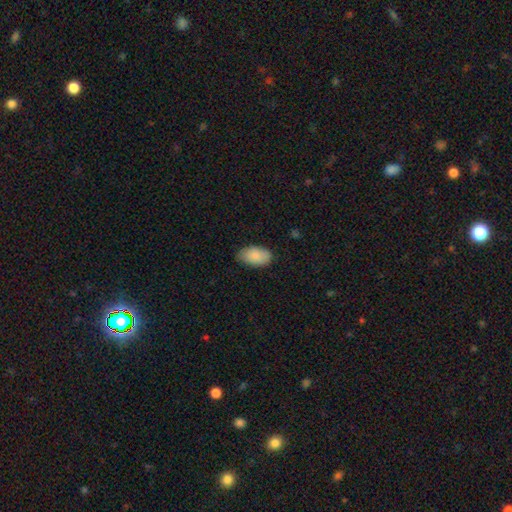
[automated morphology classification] This appears to be a smooth galaxy with no disk features (87%) that is in between round and cigar-shaped (94%). Merging: none (78%).